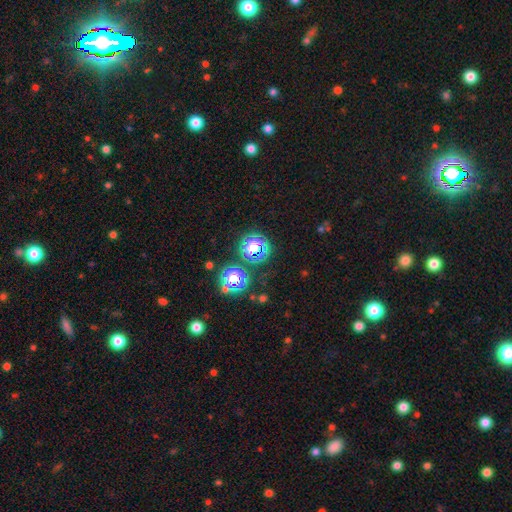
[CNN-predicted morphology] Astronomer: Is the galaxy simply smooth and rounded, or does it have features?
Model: star or artifact — 58% (runner-up: smooth, 34%).